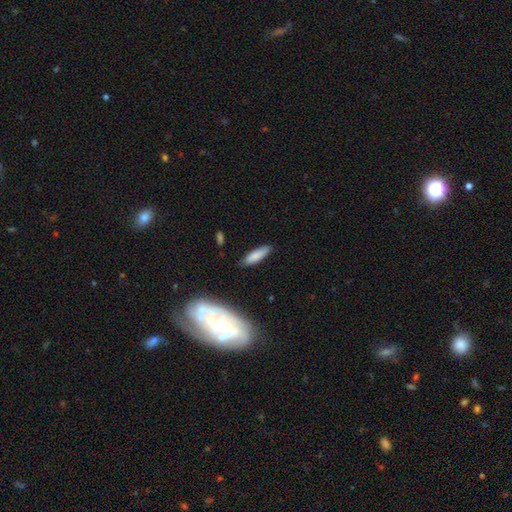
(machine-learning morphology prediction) A smooth galaxy with no disk features (80%) that is cigar-shaped (60%).

Vote fractions:
- Smooth or featured? smooth: 80% / featured or disk: 13% / star or artifact: 7%
- How rounded? cigar-shaped: 60% / in between: 39% / round: 2%
- Merging? none: 82% / minor disturbance: 13% / major disturbance: 3% / merger: 2%